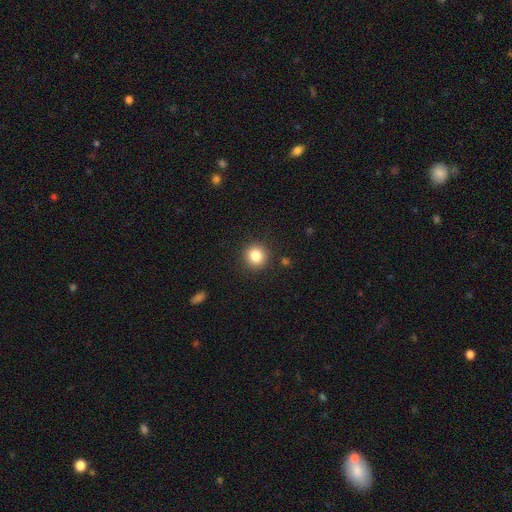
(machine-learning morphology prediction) Q: Smooth or featured?
A: smooth (84%); runner-up: star or artifact (10%)
Q: How rounded?
A: round (91%); runner-up: in between (8%)
Q: Merging?
A: none (90%); runner-up: minor disturbance (6%)